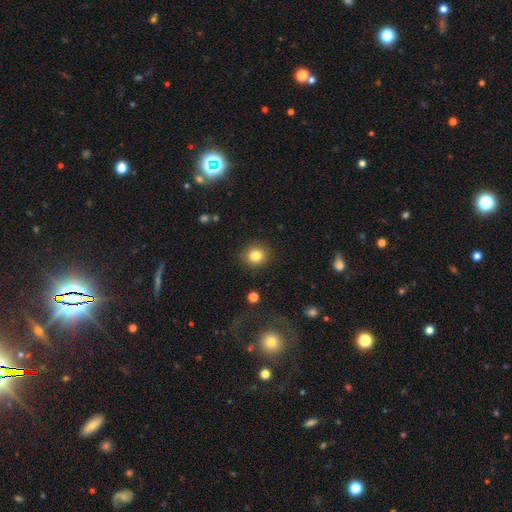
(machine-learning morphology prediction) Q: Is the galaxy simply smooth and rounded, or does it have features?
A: smooth — 83%.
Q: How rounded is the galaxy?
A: round — 85%.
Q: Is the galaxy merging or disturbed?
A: none — 90%.